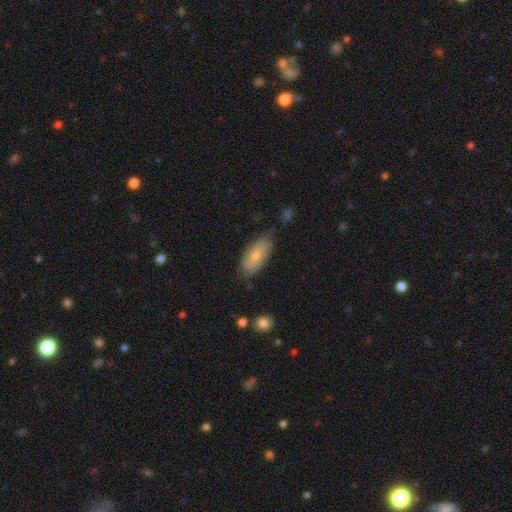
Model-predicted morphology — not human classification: Smooth or featured? smooth (71%)
How rounded? in between (90%)
Merging? none (64%)